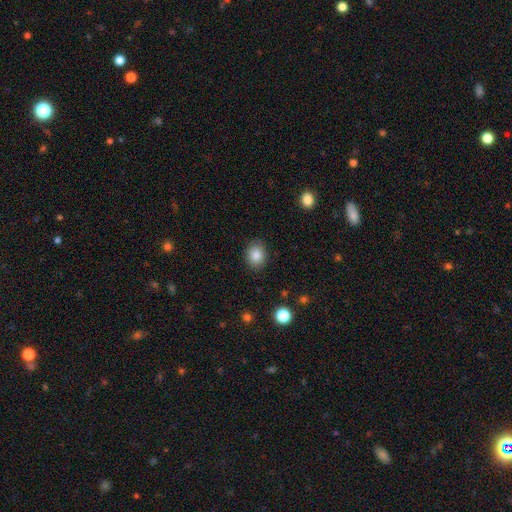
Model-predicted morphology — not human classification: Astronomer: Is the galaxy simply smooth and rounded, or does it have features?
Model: smooth — 85%.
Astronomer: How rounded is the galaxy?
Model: round — 58% (runner-up: in between, 41%).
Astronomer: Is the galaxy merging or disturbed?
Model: none — 87%.